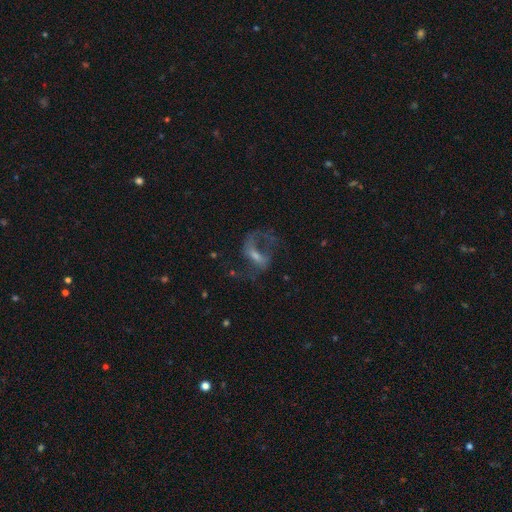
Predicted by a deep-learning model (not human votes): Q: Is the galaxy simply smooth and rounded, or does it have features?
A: featured or disk — 73%.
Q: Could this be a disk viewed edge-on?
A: no — 94%.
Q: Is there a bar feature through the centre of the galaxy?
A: weak — 43%.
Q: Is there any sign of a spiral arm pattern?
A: yes — 81%.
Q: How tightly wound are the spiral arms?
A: loose — 58%.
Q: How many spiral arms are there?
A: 2 — 64%.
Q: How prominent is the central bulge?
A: small — 46%.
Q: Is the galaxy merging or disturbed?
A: none — 46%.